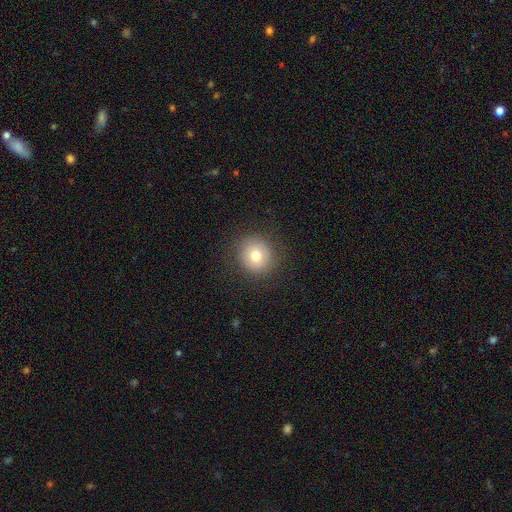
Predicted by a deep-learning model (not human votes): Smooth or featured? smooth (74%)
How rounded? round (92%)
Merging? none (87%)